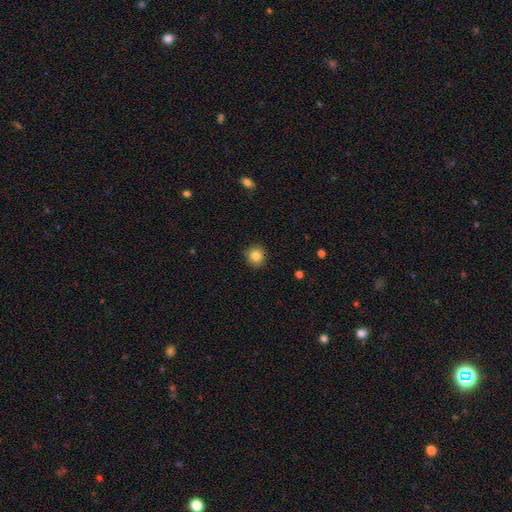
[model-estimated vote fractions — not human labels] Smooth or featured?
  - smooth: 84% *
  - star or artifact: 10%
  - featured or disk: 6%
How rounded?
  - round: 90% *
  - in between: 9%
  - cigar-shaped: 1%
Merging?
  - none: 90% *
  - minor disturbance: 7%
  - major disturbance: 2%
  - merger: 1%